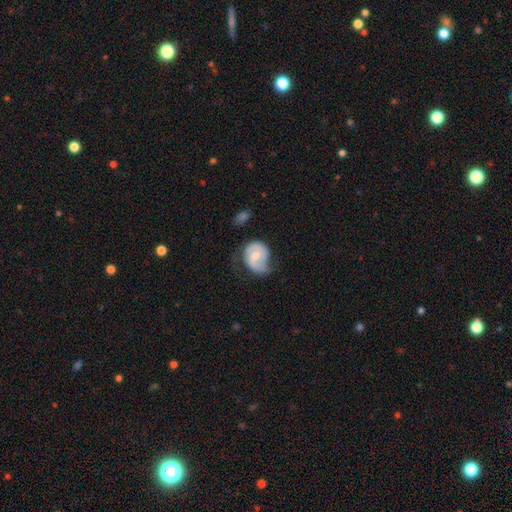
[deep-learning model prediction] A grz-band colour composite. It shows a featured or disk galaxy (61%) with a weak bar (49%), spiral arms (79%) and a moderate central bulge (57%). Merging: none (41%).